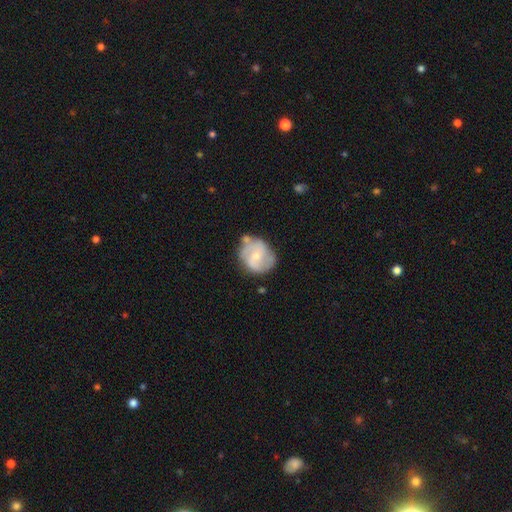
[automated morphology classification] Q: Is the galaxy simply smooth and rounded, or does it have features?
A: featured or disk — 59%.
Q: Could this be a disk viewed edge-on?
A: no — 98%.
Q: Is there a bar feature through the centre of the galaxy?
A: no — 57%.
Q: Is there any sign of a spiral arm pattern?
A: yes — 77%.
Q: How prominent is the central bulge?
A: small — 55%.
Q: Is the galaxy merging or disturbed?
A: none — 58%.